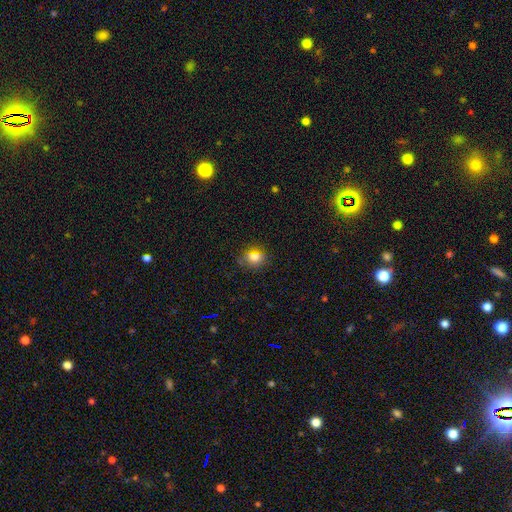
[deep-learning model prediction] A smooth galaxy with no disk features (77%) that is round (59%). Merging: none (82%).